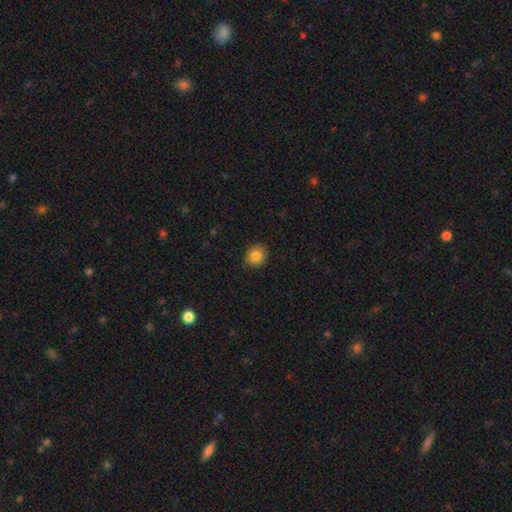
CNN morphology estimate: A smooth galaxy with no disk features (85%) that is round (63%). Merging: none (90%).